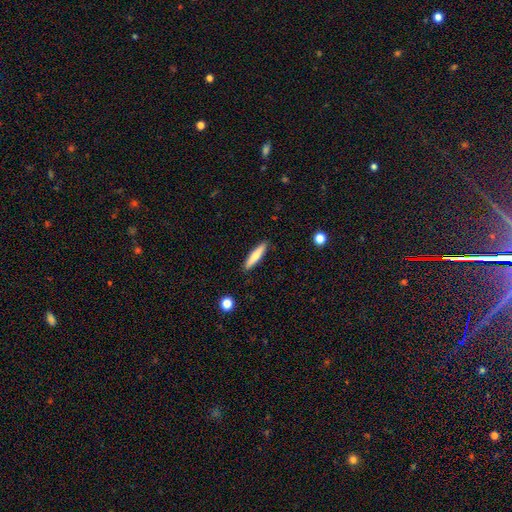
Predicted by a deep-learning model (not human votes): smooth_or_featured: smooth (p=0.72) [alt: featured or disk p=0.22]
how_rounded: cigar-shaped (p=0.87) [alt: in between p=0.12]
merging: none (p=0.90) [alt: minor disturbance p=0.07]